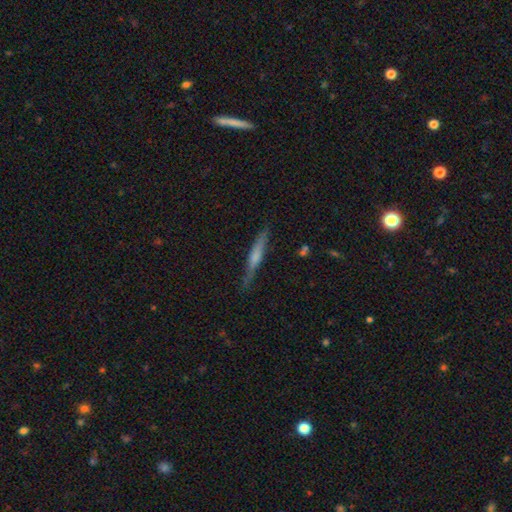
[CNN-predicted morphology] smooth-or-featured: featured or disk: 51% | smooth: 42% | star or artifact: 6%
  disk-edge-on: yes: 95% | no: 5%
  merging: none: 82% | minor disturbance: 14% | major disturbance: 3% | merger: 2%